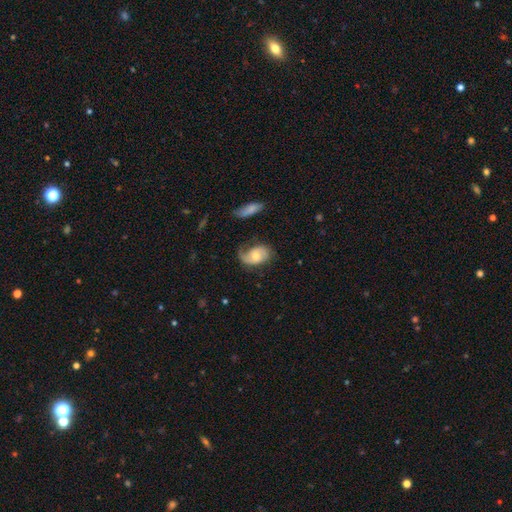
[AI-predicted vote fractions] A featured or disk galaxy (59%) with no bar (71%), spiral arms (83%) and a moderate central bulge (59%). Merging: none (46%).